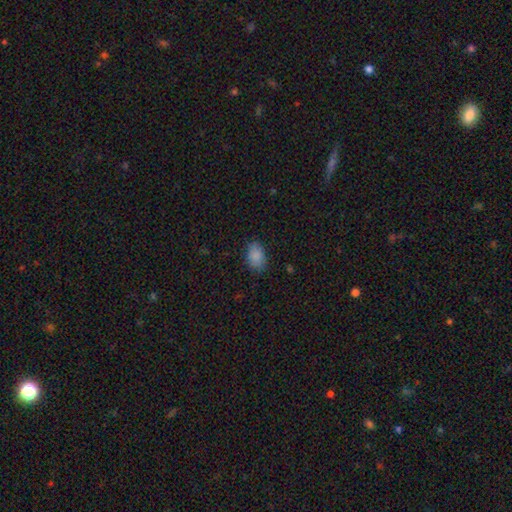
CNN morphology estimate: Smooth or featured? Predicted: smooth (p=0.88). How rounded? Predicted: in between (p=0.88). Merging? Predicted: none (p=0.84).